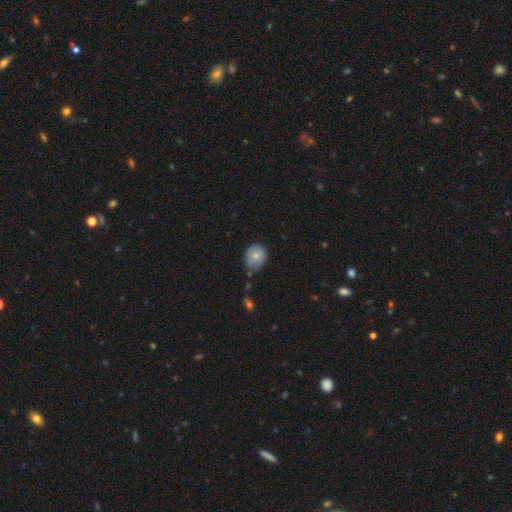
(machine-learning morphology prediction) This is likely a smooth galaxy (73%). How rounded: likely round (64%). Merging: possibly none (56%).